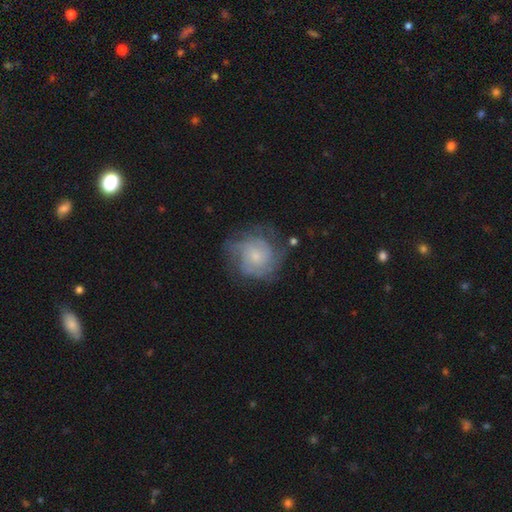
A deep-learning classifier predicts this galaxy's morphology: featured or disk 67%, smooth 25%, star or artifact 7%. Down the decision tree: edge-on disk — no (98%); bar — no (77%); spiral arms — yes (87%); spiral arm count — can't tell (40%); spiral winding — tight (54%); bulge size — small (64%); merging — none (65%).